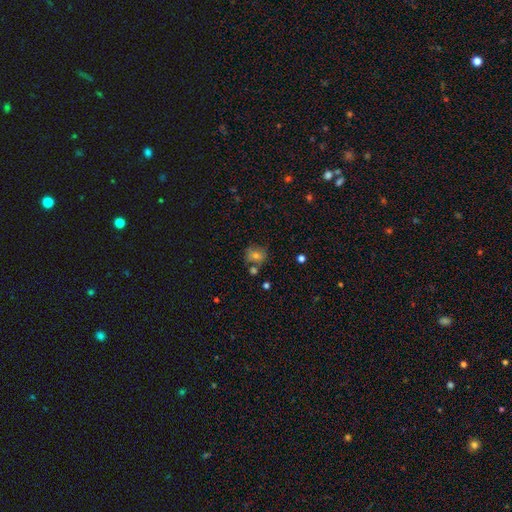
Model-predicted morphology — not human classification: Q: Smooth or featured?
A: smooth (64%); runner-up: featured or disk (20%)
Q: How rounded?
A: round (75%); runner-up: in between (24%)
Q: Merging?
A: none (64%); runner-up: minor disturbance (18%)